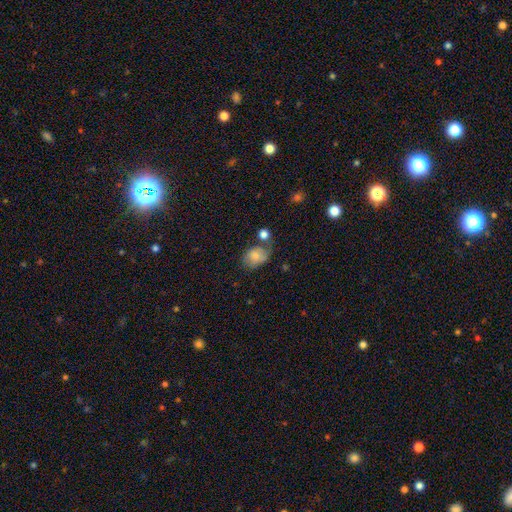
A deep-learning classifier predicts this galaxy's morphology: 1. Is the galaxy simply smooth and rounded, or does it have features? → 71% smooth, 20% featured or disk, 9% star or artifact.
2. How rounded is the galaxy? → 60% in between, 39% round, 1% cigar-shaped.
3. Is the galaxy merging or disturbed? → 46% none, 25% minor disturbance, 17% merger, 12% major disturbance.